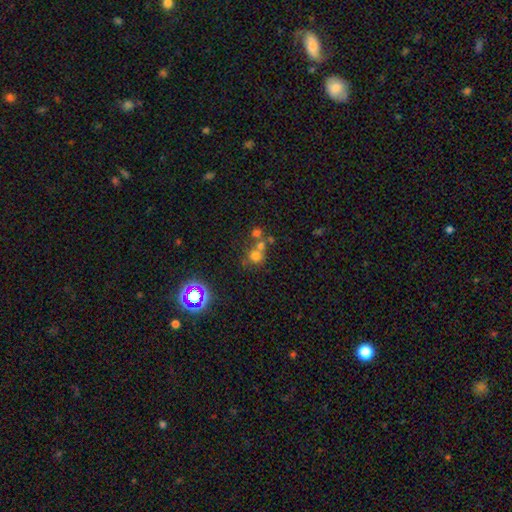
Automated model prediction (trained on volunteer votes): Q: Smooth or featured?
A: smooth (61%); runner-up: star or artifact (23%)
Q: How rounded?
A: round (84%); runner-up: in between (15%)
Q: Merging?
A: none (46%); runner-up: merger (41%)